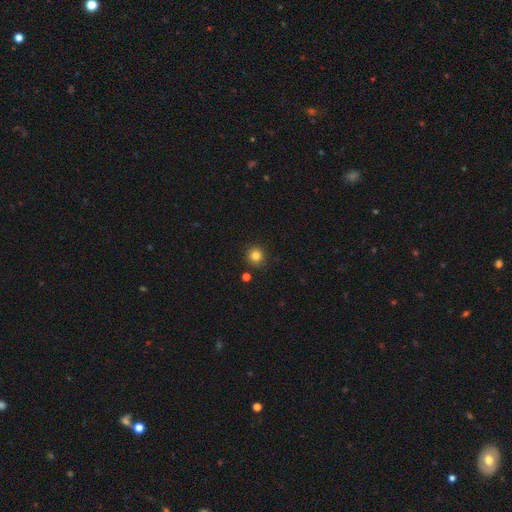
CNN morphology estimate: The model was most divided on "smooth or featured": smooth: 82%, star or artifact: 12%, featured or disk: 5%. More confident: how rounded — round (93%); merging — none (89%).